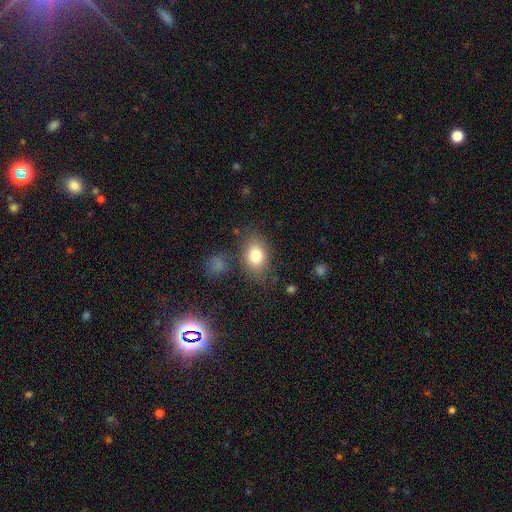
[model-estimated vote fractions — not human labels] Overall: smooth (80%). How rounded: in between (76%). Merging: none (75%).